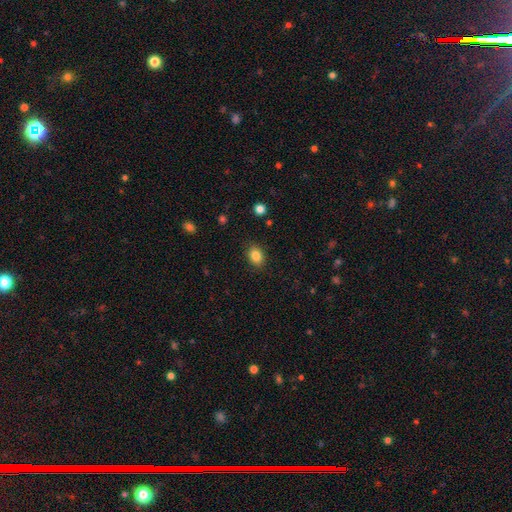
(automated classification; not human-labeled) Morphology: type=smooth (85%); roundness=in between (65%); merging=none (87%).